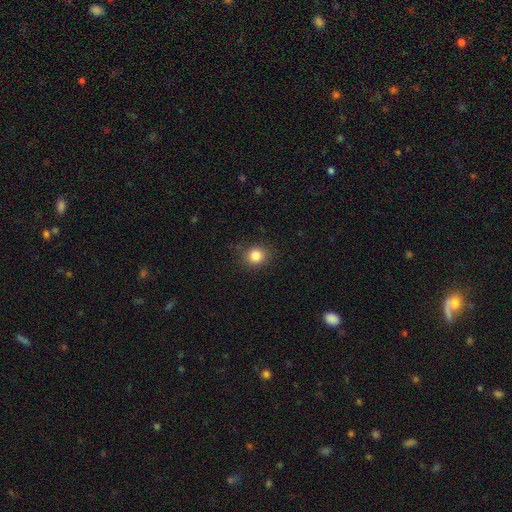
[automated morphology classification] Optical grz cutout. It shows a smooth galaxy with no disk features (84%) that is round (84%). Merging: none (87%).